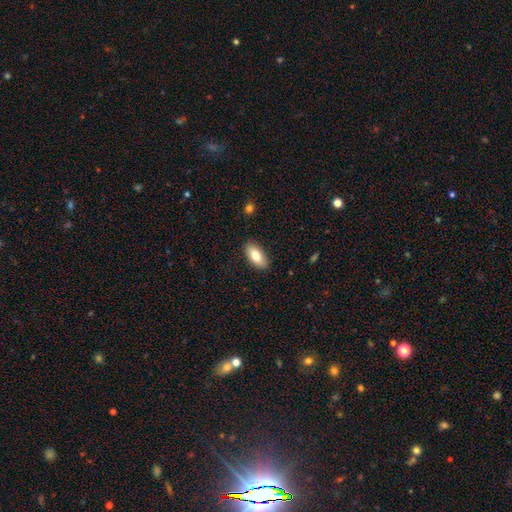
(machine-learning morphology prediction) smooth_or_featured: smooth (p=0.81) [alt: featured or disk p=0.13]
how_rounded: in between (p=0.91) [alt: cigar-shaped p=0.07]
merging: none (p=0.88) [alt: minor disturbance p=0.09]